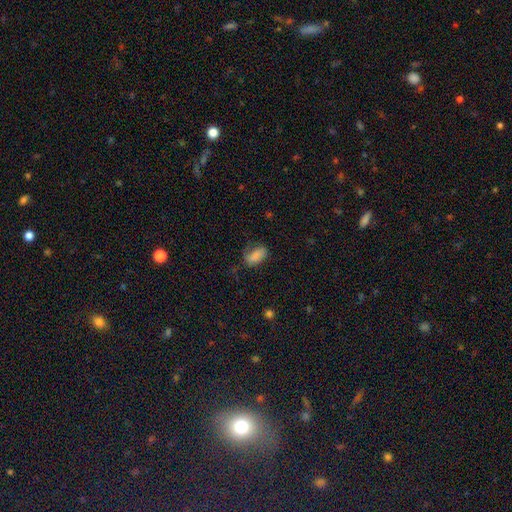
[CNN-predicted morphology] A smooth galaxy with no disk features (77%) that is in between round and cigar-shaped (90%).

Vote fractions:
- Smooth or featured? smooth: 77% / featured or disk: 14% / star or artifact: 9%
- How rounded? in between: 90% / round: 5% / cigar-shaped: 5%
- Merging? none: 55% / minor disturbance: 29% / major disturbance: 14% / merger: 2%